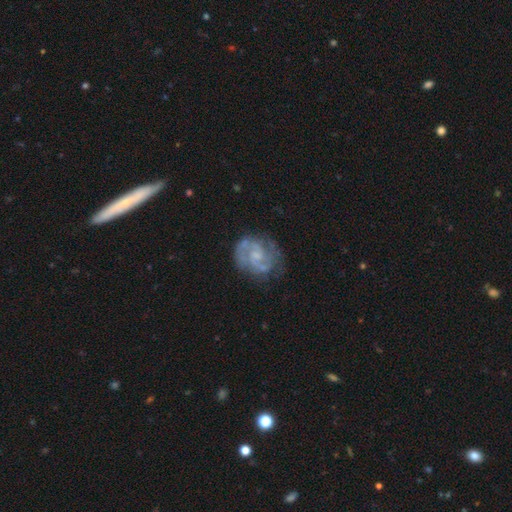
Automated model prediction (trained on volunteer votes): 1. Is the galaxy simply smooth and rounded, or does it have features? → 79% featured or disk, 15% smooth, 6% star or artifact.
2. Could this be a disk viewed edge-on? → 98% no, 2% yes.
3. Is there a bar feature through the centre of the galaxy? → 57% no, 37% weak, 6% strong.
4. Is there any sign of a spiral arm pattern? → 88% yes, 12% no.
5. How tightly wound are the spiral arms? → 46% medium, 39% tight, 15% loose.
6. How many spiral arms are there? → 62% 2, 19% can't tell, 10% 3, 4% 1, 3% 4, 2% more than 4.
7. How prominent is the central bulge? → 46% small, 28% moderate, 22% none, 2% large, 1% dominant.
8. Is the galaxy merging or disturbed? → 68% none, 20% minor disturbance, 10% major disturbance, 2% merger.